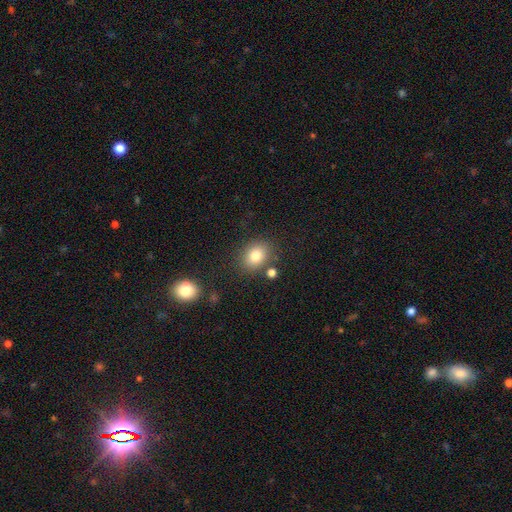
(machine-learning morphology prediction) Overall: smooth (81%). How rounded: in between (53%; round 46%). Merging: none (79%).